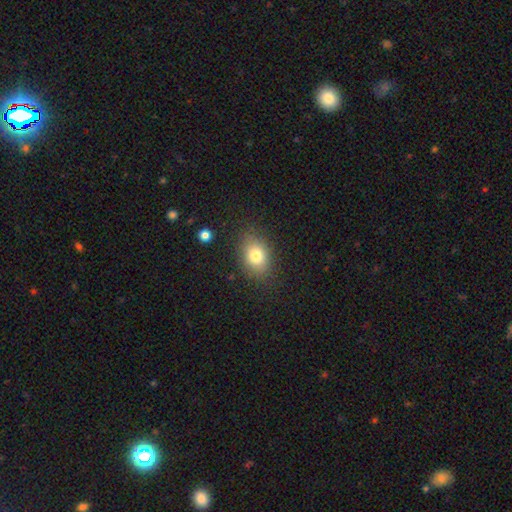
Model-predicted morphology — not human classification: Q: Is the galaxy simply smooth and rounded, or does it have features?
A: smooth — 77%.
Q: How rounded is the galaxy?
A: in between — 71%.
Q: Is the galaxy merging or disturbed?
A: none — 83%.